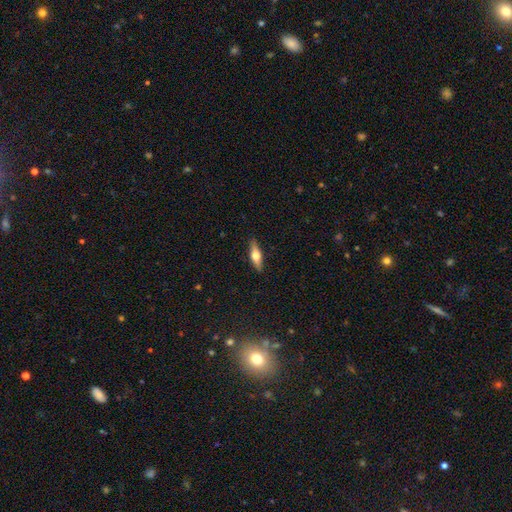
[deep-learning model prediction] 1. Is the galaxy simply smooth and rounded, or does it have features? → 49% featured or disk, 45% smooth, 6% star or artifact.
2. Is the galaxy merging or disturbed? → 88% none, 9% minor disturbance, 2% major disturbance, 1% merger.